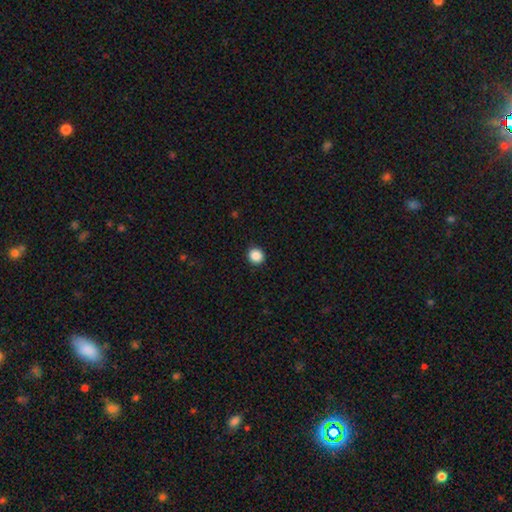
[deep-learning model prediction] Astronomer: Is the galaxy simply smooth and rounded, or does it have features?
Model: smooth — 88%.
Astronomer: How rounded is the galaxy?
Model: round — 86%.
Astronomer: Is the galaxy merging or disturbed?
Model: none — 92%.